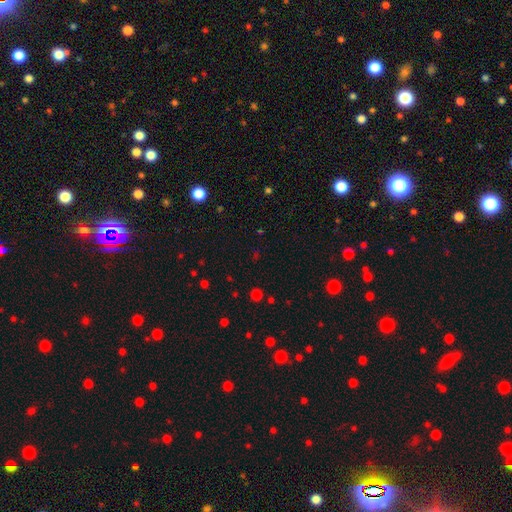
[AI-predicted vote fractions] Smooth or featured? star or artifact (57%)